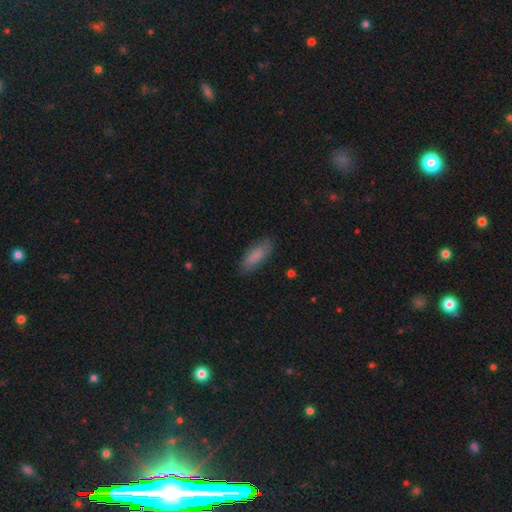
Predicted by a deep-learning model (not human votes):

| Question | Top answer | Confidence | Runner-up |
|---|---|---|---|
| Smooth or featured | smooth | 84% | featured or disk (9%) |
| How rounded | in between | 61% | cigar-shaped (37%) |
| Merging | none | 82% | minor disturbance (13%) |